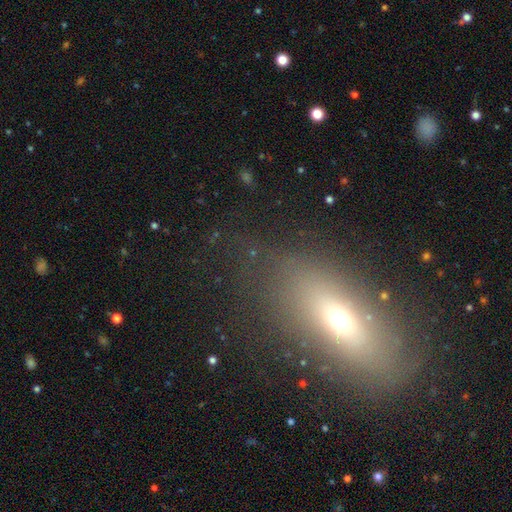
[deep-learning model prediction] Smooth or featured: smooth — 52% (featured or disk — 29%)
How rounded: in between — 66% (cigar-shaped — 24%)
Merging: none — 74% (minor disturbance — 15%)